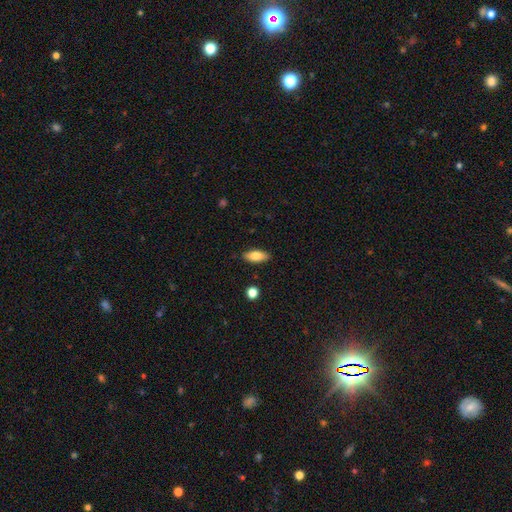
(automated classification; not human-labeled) The model was most divided on "how rounded": in between: 78%, cigar-shaped: 19%, round: 3%. More confident: merging — none (87%); smooth or featured — smooth (78%).